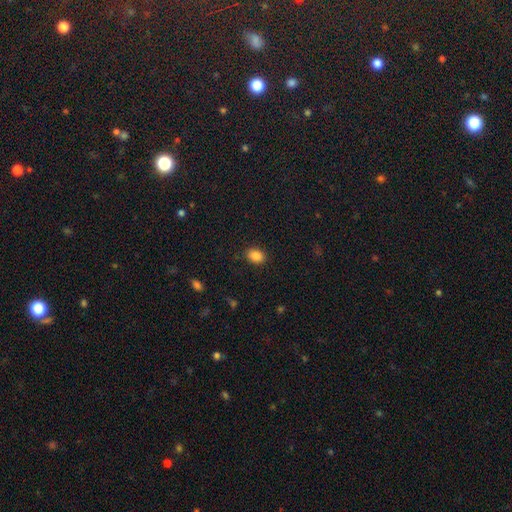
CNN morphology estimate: Smooth or featured? Predicted: smooth (p=0.87). How rounded? Predicted: in between (p=0.76). Merging? Predicted: none (p=0.87).